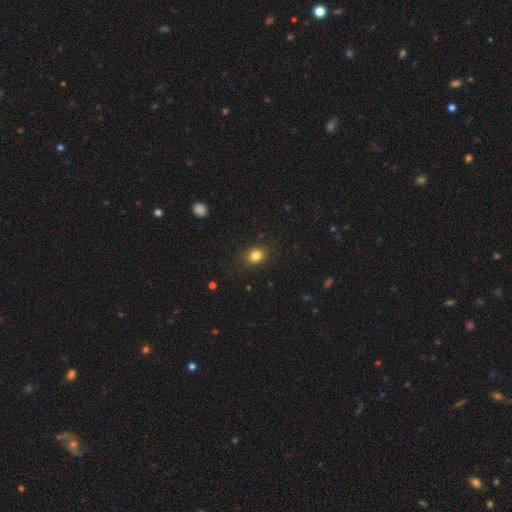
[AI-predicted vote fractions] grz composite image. It shows a smooth galaxy with no disk features (83%) that is round (50%). Merging: none (87%).